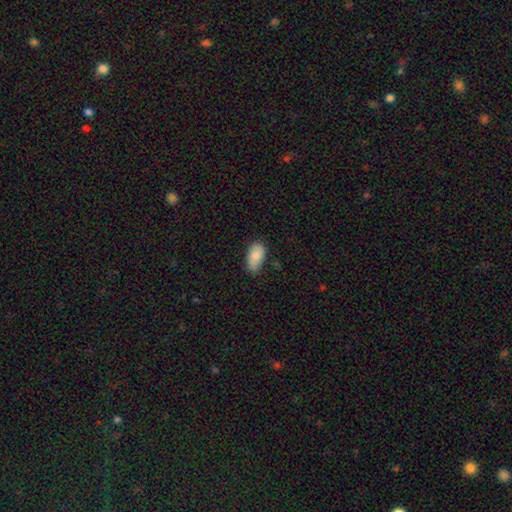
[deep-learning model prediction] This is likely a smooth galaxy (80%). How rounded: clearly in between (94%). Merging: possibly none (59%).